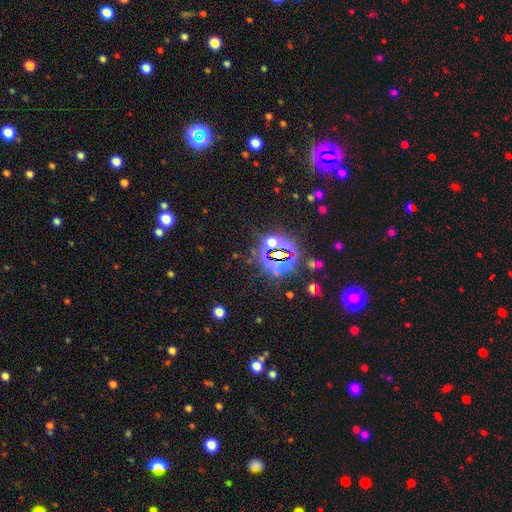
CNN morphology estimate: Smooth or featured?
  - star or artifact: 81% *
  - smooth: 11%
  - featured or disk: 8%